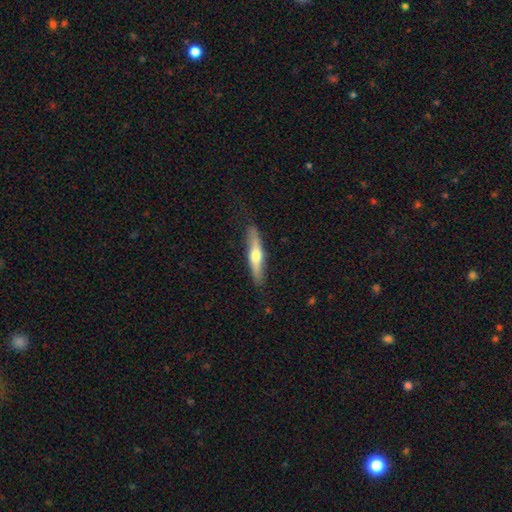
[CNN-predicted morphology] Smooth or featured? Predicted: featured or disk (p=0.51). Edge-on disk? Predicted: yes (p=0.92). Merging? Predicted: none (p=0.85).